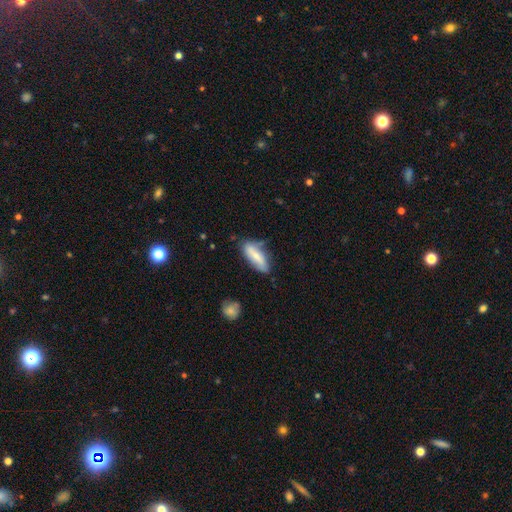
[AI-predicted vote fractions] Smooth or featured? smooth (57%)
How rounded? in between (65%)
Merging? none (65%)